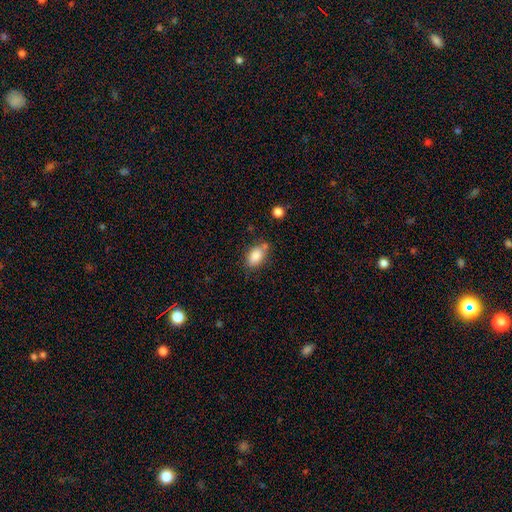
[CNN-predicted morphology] smooth-or-featured: smooth: 84% | star or artifact: 8% | featured or disk: 7%
  how-rounded: in between: 85% | round: 12% | cigar-shaped: 2%
  merging: none: 66% | minor disturbance: 19% | merger: 10% | major disturbance: 5%